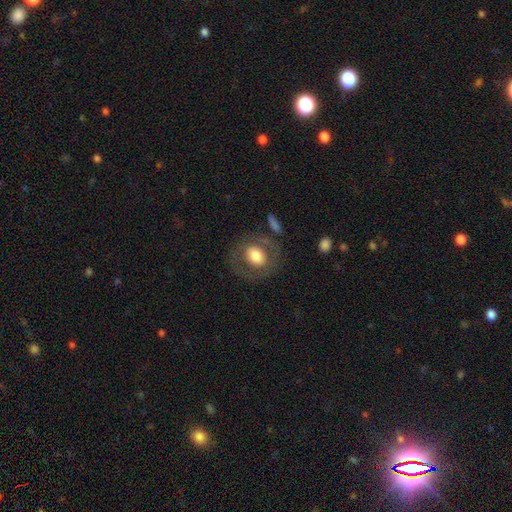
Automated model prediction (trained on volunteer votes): smooth_or_featured: smooth (p=0.55) [alt: featured or disk p=0.37]
how_rounded: round (p=0.60) [alt: in between p=0.39]
merging: none (p=0.71) [alt: minor disturbance p=0.14]